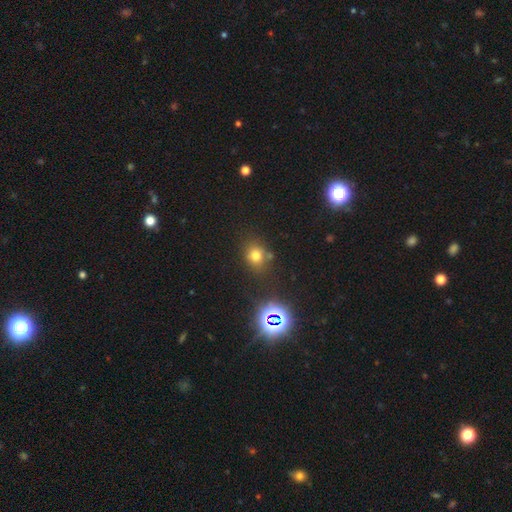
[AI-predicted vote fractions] A smooth galaxy with no disk features (69%) that is round (67%).

Vote fractions:
- Smooth or featured? smooth: 69% / star or artifact: 22% / featured or disk: 9%
- How rounded? round: 67% / in between: 31% / cigar-shaped: 1%
- Merging? none: 72% / minor disturbance: 14% / merger: 9% / major disturbance: 5%